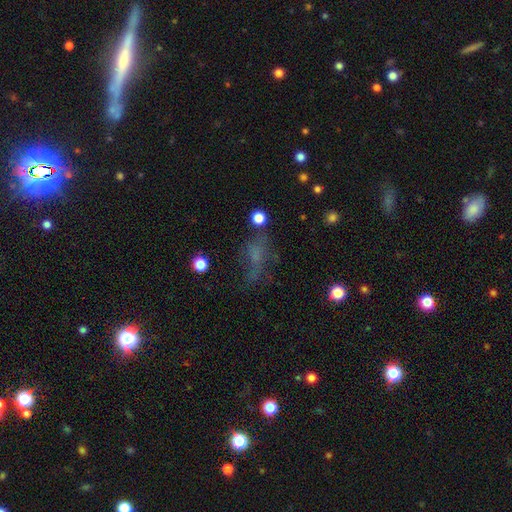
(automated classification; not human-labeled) This is marginally a smooth galaxy (44%). Merging: possibly none (45%).